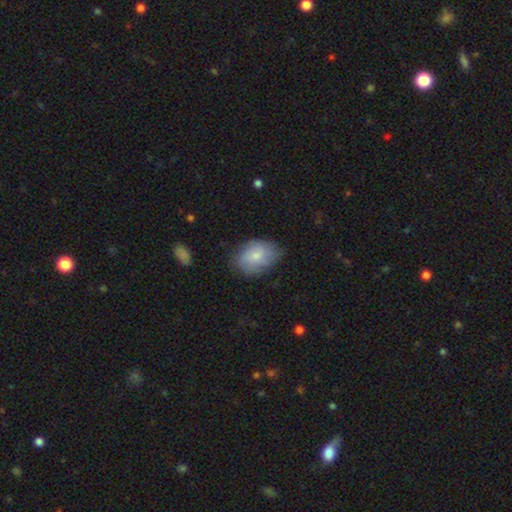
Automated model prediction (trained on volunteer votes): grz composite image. It shows a smooth galaxy with no disk features (70%) that is in between round and cigar-shaped (81%). Merging: none (68%).